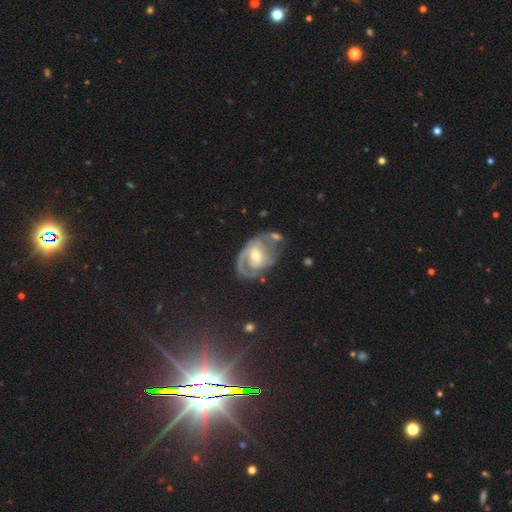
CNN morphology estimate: Smooth or featured: featured or disk — 83% (smooth — 10%)
Edge-on disk: no — 97% (yes — 3%)
Bar: no — 47% (weak — 41%)
Spiral arms: yes — 93% (no — 7%)
Spiral winding: tight — 48% (medium — 39%)
Spiral arm count: 2 — 46% (1 — 27%)
Bulge size: moderate — 56% (small — 38%)
Merging: none — 48% (minor disturbance — 24%)